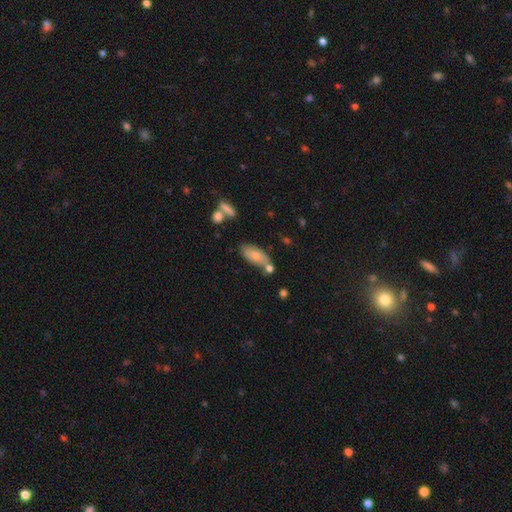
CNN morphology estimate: A smooth galaxy with no disk features (74%) that is in between round and cigar-shaped (84%). Merging: none (58%).